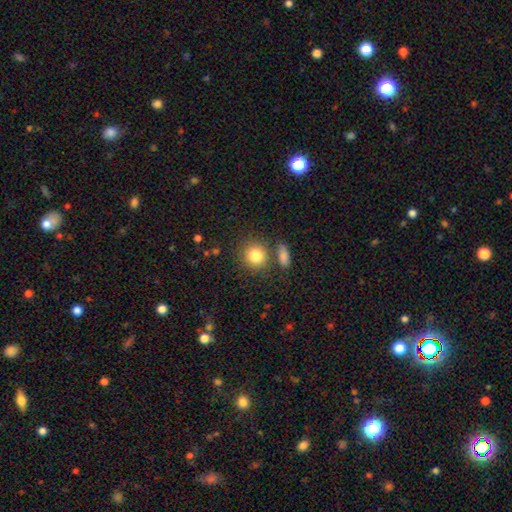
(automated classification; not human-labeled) smooth-or-featured: smooth: 82% | star or artifact: 9% | featured or disk: 8%
  how-rounded: round: 86% | in between: 13% | cigar-shaped: 1%
  merging: none: 72% | merger: 14% | minor disturbance: 10% | major disturbance: 4%